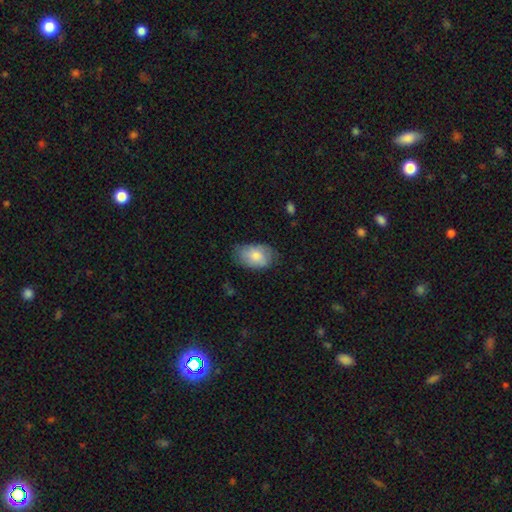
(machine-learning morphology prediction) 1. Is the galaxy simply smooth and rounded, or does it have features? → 73% smooth, 21% featured or disk, 6% star or artifact.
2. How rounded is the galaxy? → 89% in between, 10% round, 1% cigar-shaped.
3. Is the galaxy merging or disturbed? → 62% none, 29% minor disturbance, 7% major disturbance, 1% merger.